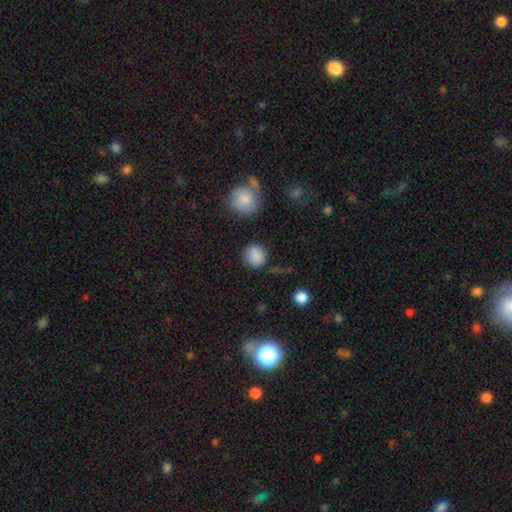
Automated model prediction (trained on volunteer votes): Smooth or featured? smooth (86%)
How rounded? round (87%)
Merging? none (83%)